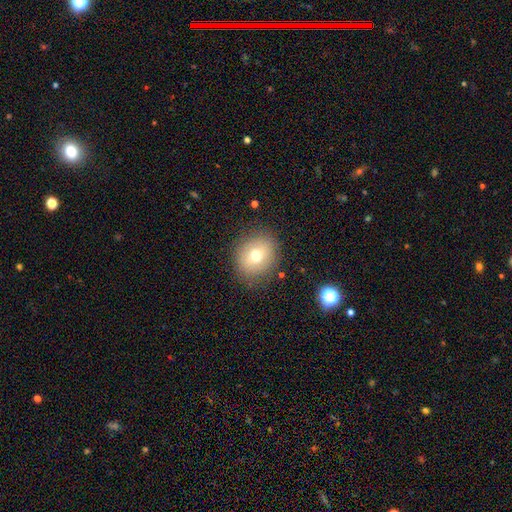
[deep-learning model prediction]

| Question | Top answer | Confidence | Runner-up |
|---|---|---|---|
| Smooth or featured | smooth | 70% | featured or disk (18%) |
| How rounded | round | 73% | in between (26%) |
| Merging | none | 83% | minor disturbance (11%) |